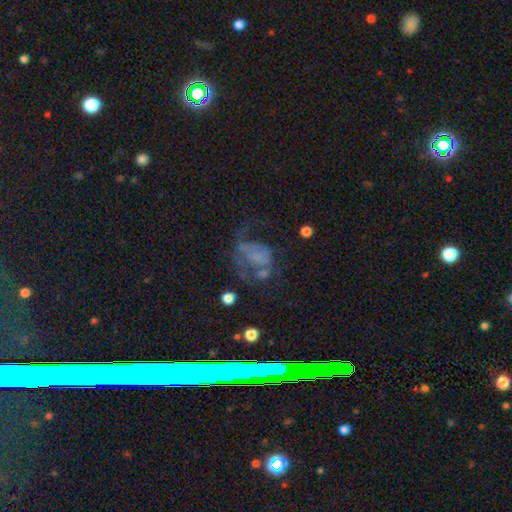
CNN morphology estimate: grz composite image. It shows a featured or disk galaxy (46%). Merging: major disturbance (43%).